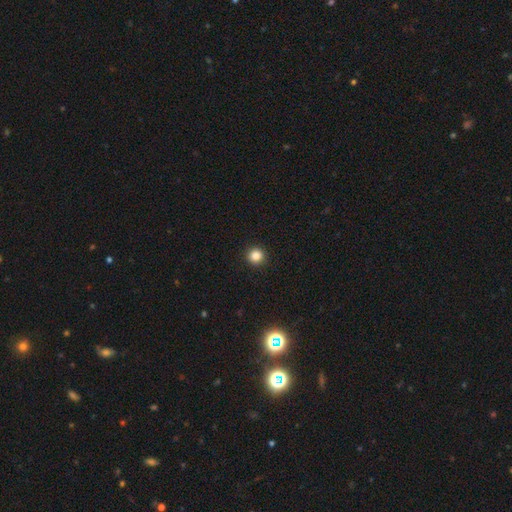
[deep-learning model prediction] The model was most divided on "smooth or featured": smooth: 84%, star or artifact: 12%, featured or disk: 4%. More confident: how rounded — round (95%); merging — none (93%).